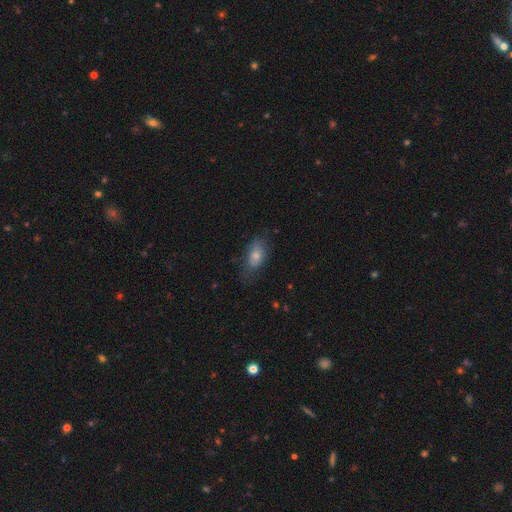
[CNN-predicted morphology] The model was most divided on "merging": none: 56%, minor disturbance: 28%, major disturbance: 14%, merger: 2%. More confident: how rounded — in between (87%); smooth or featured — smooth (72%).